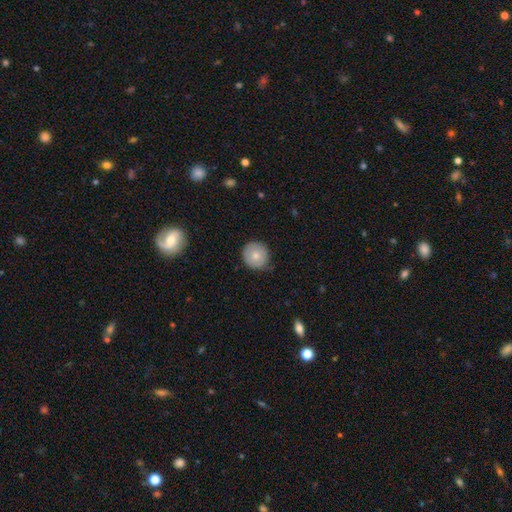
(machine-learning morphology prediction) A smooth galaxy with no disk features (75%) that is round (94%). Merging: none (81%).